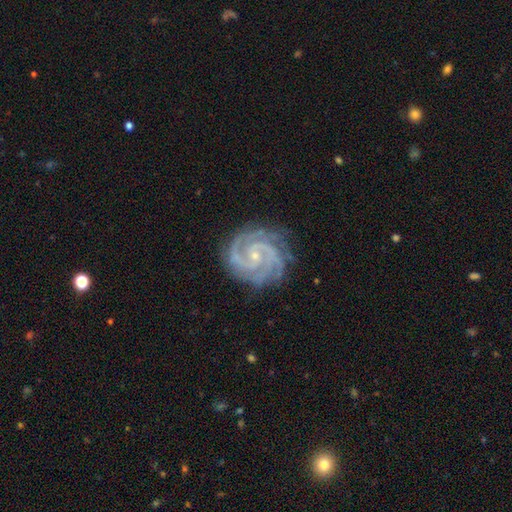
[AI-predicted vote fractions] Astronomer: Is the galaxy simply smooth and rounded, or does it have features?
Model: featured or disk — 93%.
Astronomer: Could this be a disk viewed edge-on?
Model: no — 98%.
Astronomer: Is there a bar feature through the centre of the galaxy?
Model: no — 59%.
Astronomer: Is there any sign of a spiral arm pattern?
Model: yes — 99%.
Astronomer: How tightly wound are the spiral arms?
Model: tight — 70%.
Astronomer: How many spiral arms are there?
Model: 2 — 42% (runner-up: 3, 32%).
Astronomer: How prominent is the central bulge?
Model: small — 82%.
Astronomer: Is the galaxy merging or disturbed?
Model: none — 80%.